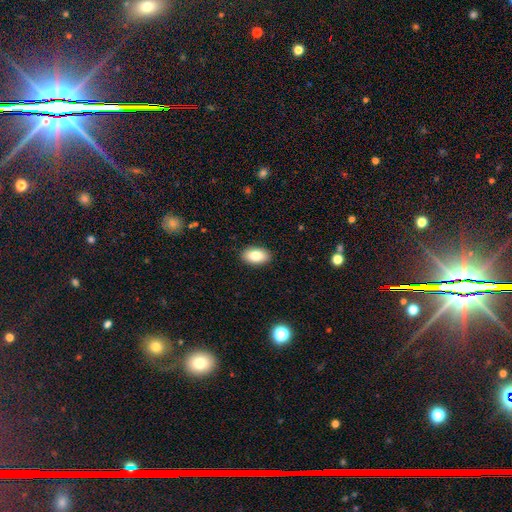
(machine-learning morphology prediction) The model was most divided on "smooth or featured": smooth: 83%, featured or disk: 10%, star or artifact: 7%. More confident: how rounded — in between (93%); merging — none (90%).